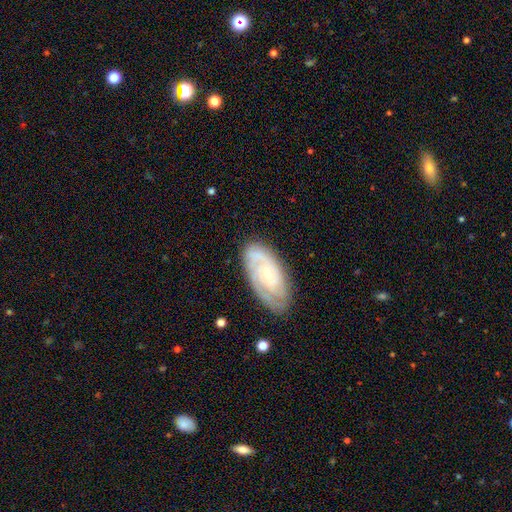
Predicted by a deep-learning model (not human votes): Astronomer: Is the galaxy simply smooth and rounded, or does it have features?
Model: featured or disk — 79%.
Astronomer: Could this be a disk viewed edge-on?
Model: no — 95%.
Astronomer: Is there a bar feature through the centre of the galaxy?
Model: no — 68%.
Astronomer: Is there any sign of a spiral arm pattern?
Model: yes — 94%.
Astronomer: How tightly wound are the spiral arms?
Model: tight — 62%.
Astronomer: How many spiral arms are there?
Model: can't tell — 30% (runner-up: 2, 27%).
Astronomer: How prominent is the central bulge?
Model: small — 61%.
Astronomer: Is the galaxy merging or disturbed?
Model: none — 78%.